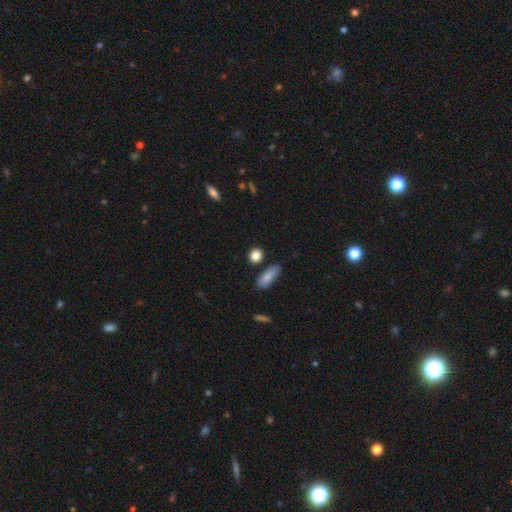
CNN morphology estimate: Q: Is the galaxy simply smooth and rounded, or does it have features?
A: smooth — 85%.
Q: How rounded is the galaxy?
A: round — 64%.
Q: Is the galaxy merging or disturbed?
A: none — 82%.